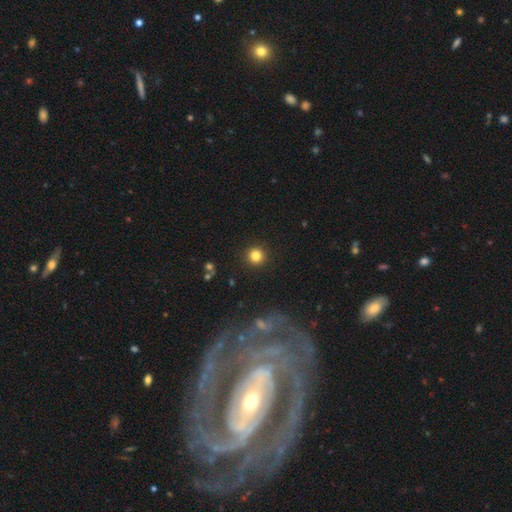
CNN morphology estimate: A smooth galaxy with no disk features (83%) that is round (95%). Merging: none (92%).